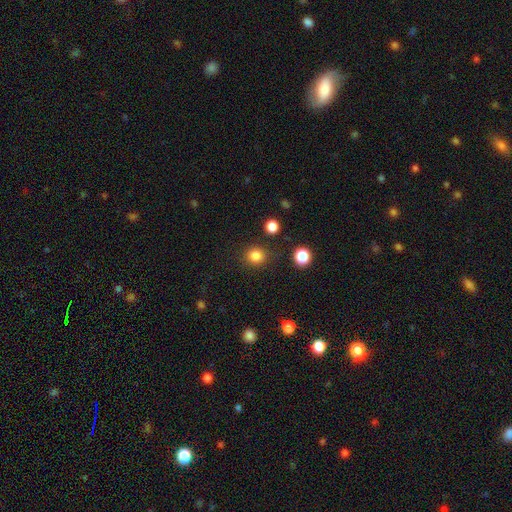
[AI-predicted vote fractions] The model was most divided on "smooth or featured": smooth: 83%, star or artifact: 13%, featured or disk: 4%. More confident: how rounded — round (90%); merging — none (87%).